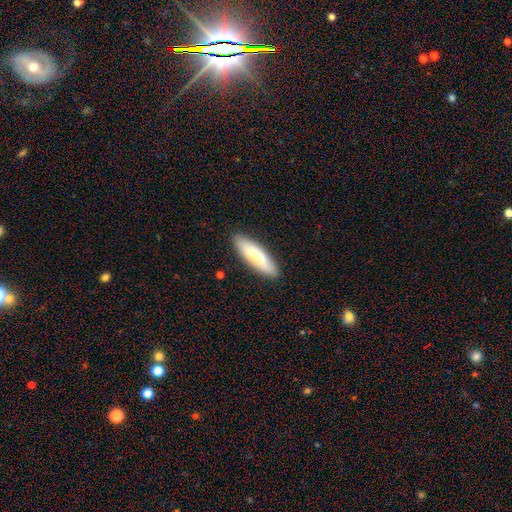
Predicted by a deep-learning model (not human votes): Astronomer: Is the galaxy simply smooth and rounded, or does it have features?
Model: smooth — 74%.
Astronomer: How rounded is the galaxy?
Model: cigar-shaped — 59% (runner-up: in between, 39%).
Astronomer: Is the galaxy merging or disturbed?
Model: none — 88%.